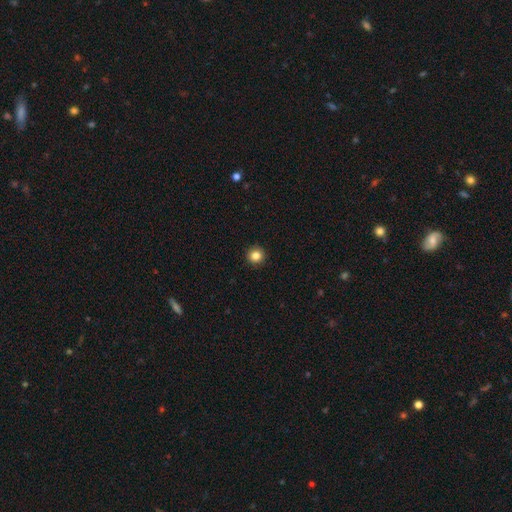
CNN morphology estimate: smooth-or-featured: smooth: 85% | star or artifact: 11% | featured or disk: 4%
  how-rounded: round: 95% | in between: 4% | cigar-shaped: 1%
  merging: none: 93% | minor disturbance: 4% | major disturbance: 1% | merger: 1%